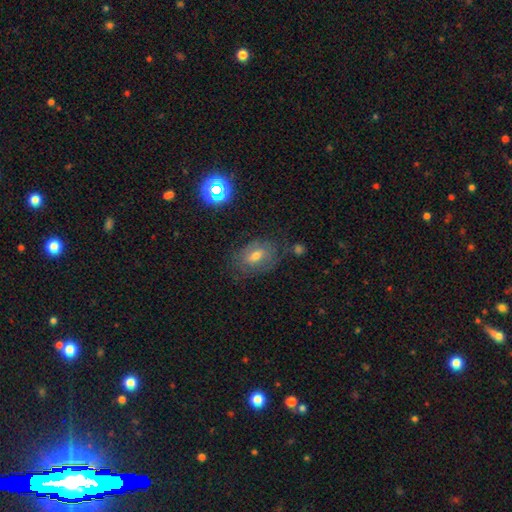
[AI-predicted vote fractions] Smooth or featured?
  - smooth: 48% *
  - featured or disk: 35%
  - star or artifact: 17%
Merging?
  - none: 70% *
  - minor disturbance: 19%
  - major disturbance: 8%
  - merger: 3%